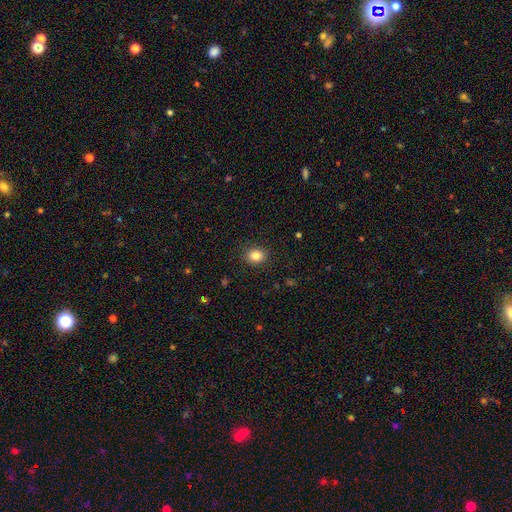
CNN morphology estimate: This is clearly a smooth galaxy (84%). How rounded: likely round (62%). Merging: clearly none (89%).